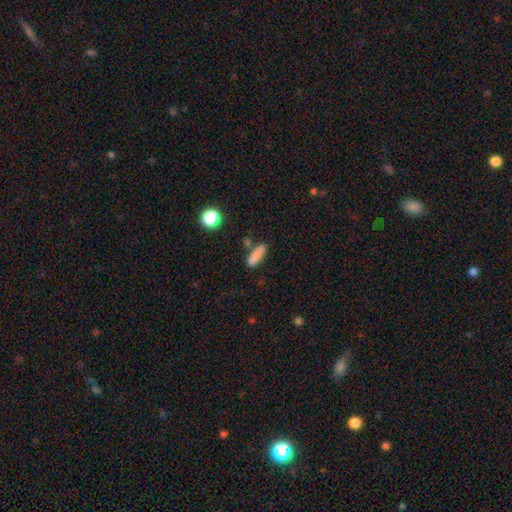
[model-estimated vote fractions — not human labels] Smooth or featured?
  - smooth: 84% *
  - star or artifact: 9%
  - featured or disk: 7%
How rounded?
  - cigar-shaped: 61% *
  - in between: 35%
  - round: 3%
Merging?
  - none: 76% *
  - minor disturbance: 14%
  - merger: 7%
  - major disturbance: 3%